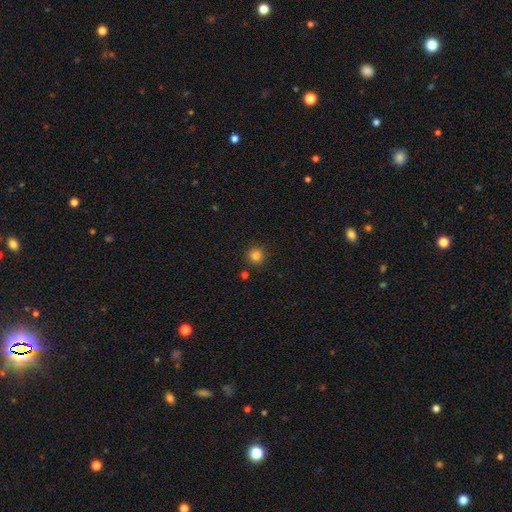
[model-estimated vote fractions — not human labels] Smooth or featured: smooth — 83% (star or artifact — 13%)
How rounded: round — 95% (in between — 4%)
Merging: none — 89% (minor disturbance — 6%)